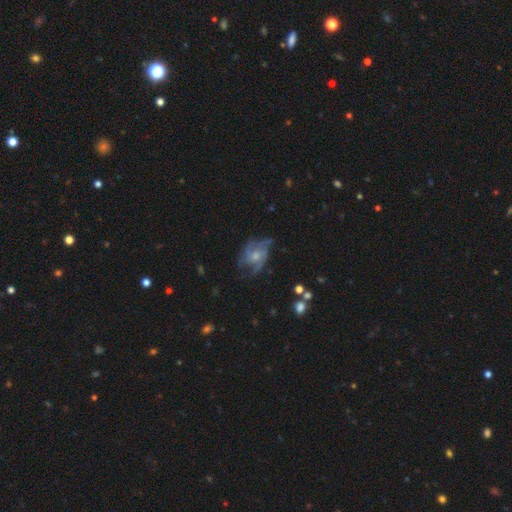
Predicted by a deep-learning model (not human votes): Smooth or featured?
  - featured or disk: 76% *
  - smooth: 16%
  - star or artifact: 8%
Edge-on disk?
  - no: 97% *
  - yes: 3%
Bar?
  - no: 67% *
  - weak: 28%
  - strong: 5%
Spiral arms?
  - yes: 87% *
  - no: 13%
Spiral winding?
  - medium: 48% *
  - loose: 28%
  - tight: 24%
Spiral arm count?
  - 3: 36% *
  - can't tell: 23%
  - 2: 19%
  - 4: 13%
  - 1: 5%
  - more than 4: 5%
Bulge size?
  - moderate: 52% *
  - small: 31%
  - none: 8%
  - large: 7%
  - dominant: 1%
Merging?
  - none: 53% *
  - minor disturbance: 24%
  - major disturbance: 21%
  - merger: 2%